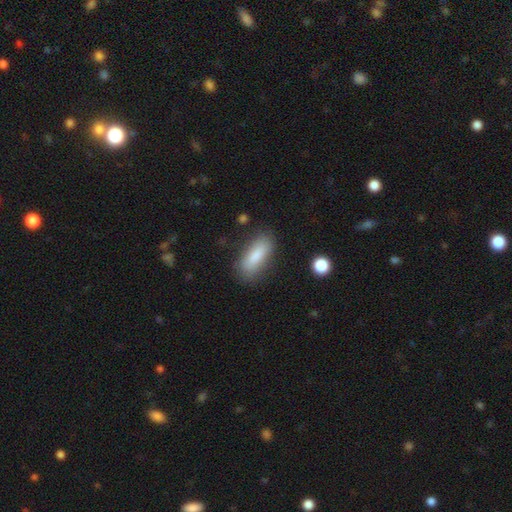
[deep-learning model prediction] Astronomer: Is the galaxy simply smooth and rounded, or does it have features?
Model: smooth — 83%.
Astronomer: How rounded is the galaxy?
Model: in between — 66%.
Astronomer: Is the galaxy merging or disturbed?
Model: none — 80%.